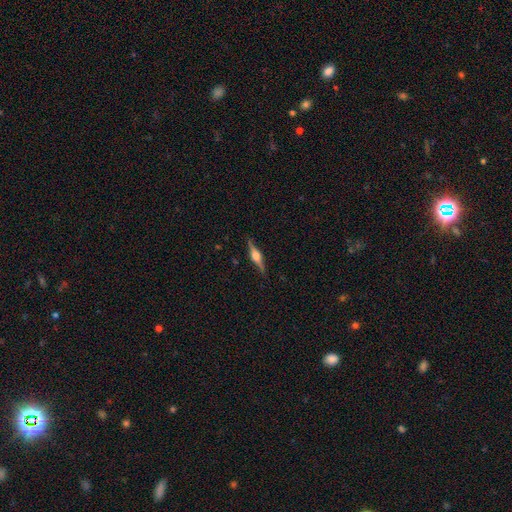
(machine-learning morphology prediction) This is likely a featured or disk galaxy (79%). It is clearly viewed edge-on (98%). Edge-on bulge: clearly rounded (88%). Merging: clearly none (89%).